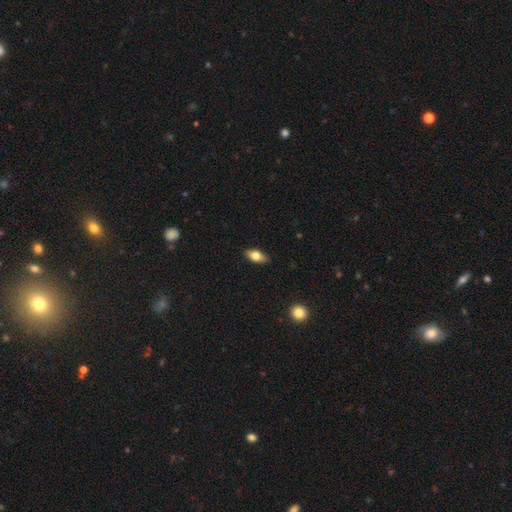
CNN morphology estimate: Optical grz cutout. It shows a smooth galaxy with no disk features (67%) that is in between round and cigar-shaped (83%). Merging: none (87%).